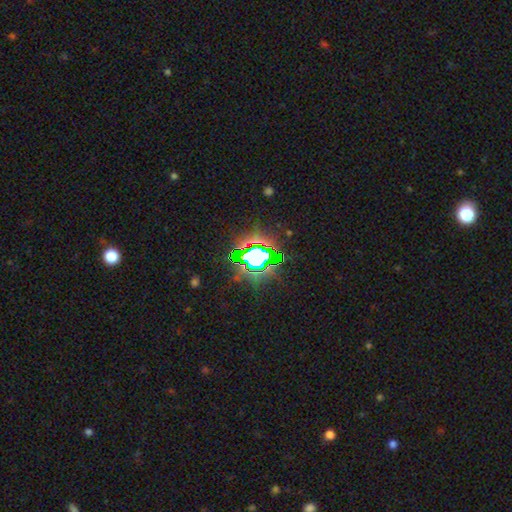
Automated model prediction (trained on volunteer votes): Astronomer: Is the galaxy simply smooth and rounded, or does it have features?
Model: star or artifact — 73%.